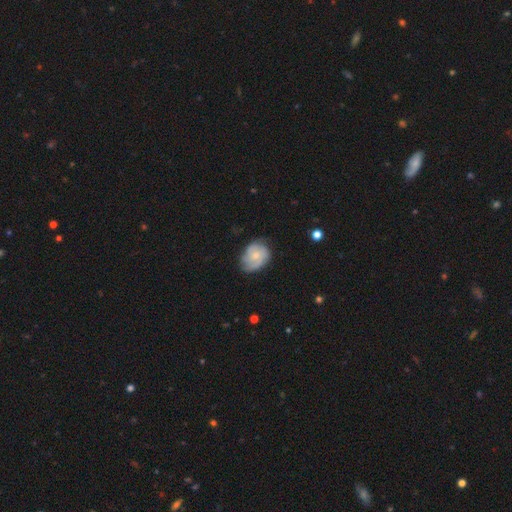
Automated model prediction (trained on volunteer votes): Smooth or featured? featured or disk (56%)
Edge-on disk? no (97%)
Bar? no (71%)
Spiral arms? yes (86%)
Bulge size? small (55%)
Merging? none (64%)